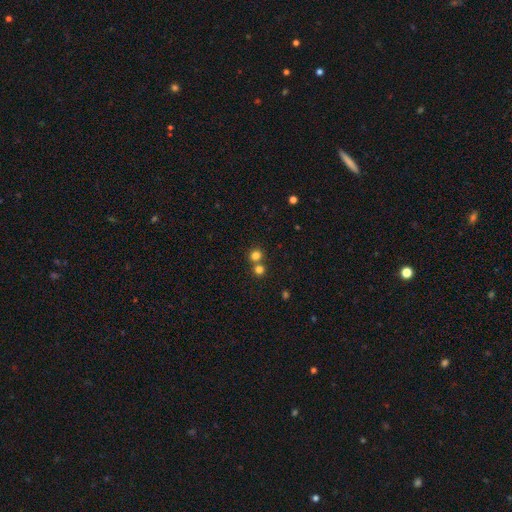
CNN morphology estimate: Smooth or featured?
  - smooth: 78% *
  - star or artifact: 16%
  - featured or disk: 7%
How rounded?
  - round: 89% *
  - in between: 10%
  - cigar-shaped: 1%
Merging?
  - none: 59% *
  - merger: 34%
  - minor disturbance: 5%
  - major disturbance: 2%